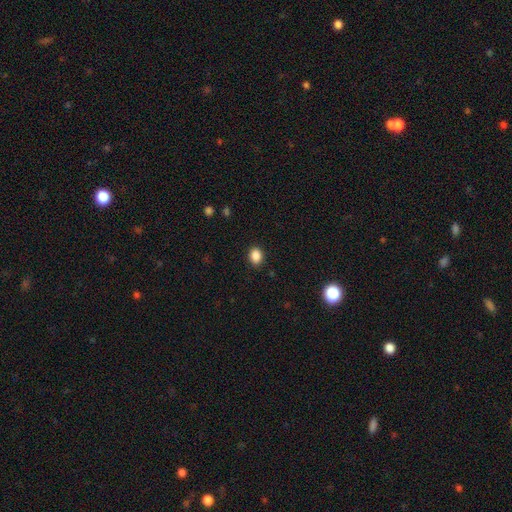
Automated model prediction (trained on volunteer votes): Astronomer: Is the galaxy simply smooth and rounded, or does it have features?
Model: smooth — 88%.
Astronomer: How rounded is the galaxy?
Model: in between — 61% (runner-up: round, 38%).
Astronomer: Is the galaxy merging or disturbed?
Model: none — 89%.